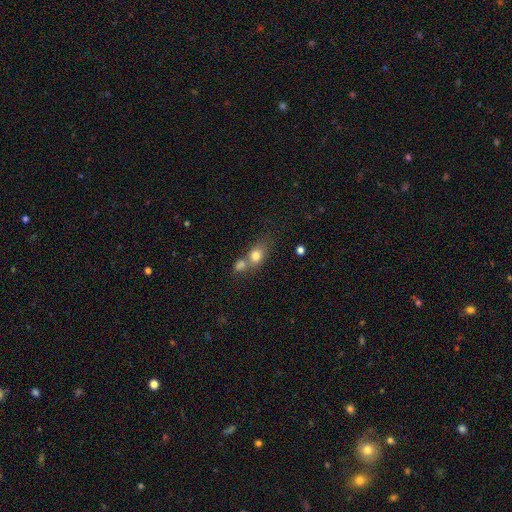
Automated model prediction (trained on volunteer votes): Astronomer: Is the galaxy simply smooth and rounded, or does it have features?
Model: smooth — 78%.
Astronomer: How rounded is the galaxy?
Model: in between — 54% (runner-up: round, 43%).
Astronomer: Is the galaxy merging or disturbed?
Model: merger — 51% (runner-up: none, 33%).